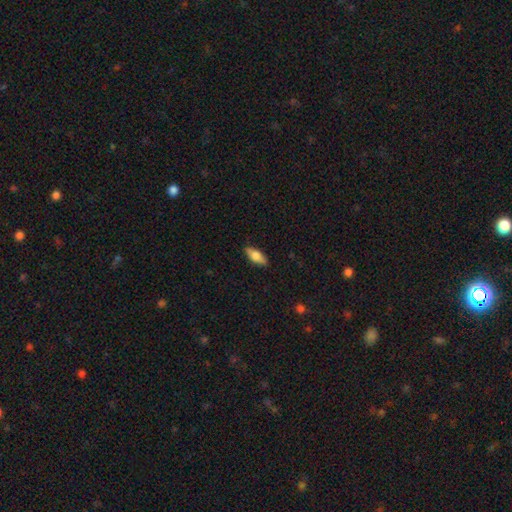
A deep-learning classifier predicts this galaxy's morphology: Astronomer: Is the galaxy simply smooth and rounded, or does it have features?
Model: smooth — 70%.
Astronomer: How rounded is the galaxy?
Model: in between — 77%.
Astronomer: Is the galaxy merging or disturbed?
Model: none — 86%.